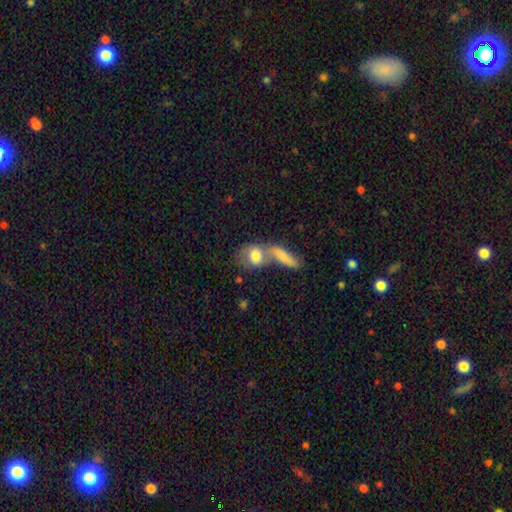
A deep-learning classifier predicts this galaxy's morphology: Smooth or featured: smooth — 69% (featured or disk — 23%)
How rounded: in between — 64% (round — 27%)
Merging: merger — 62% (none — 23%)